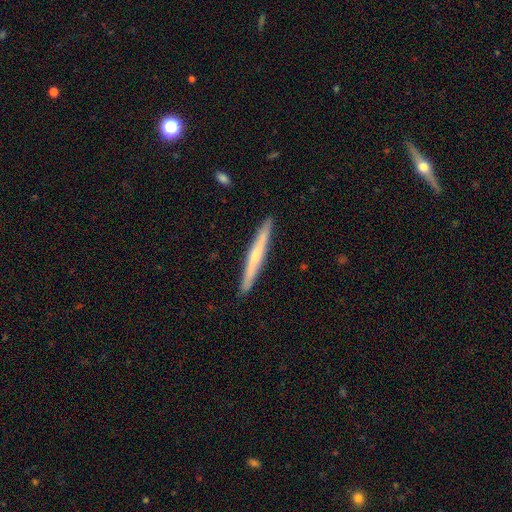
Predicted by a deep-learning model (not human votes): A featured or disk galaxy (48%). Merging: none (92%).